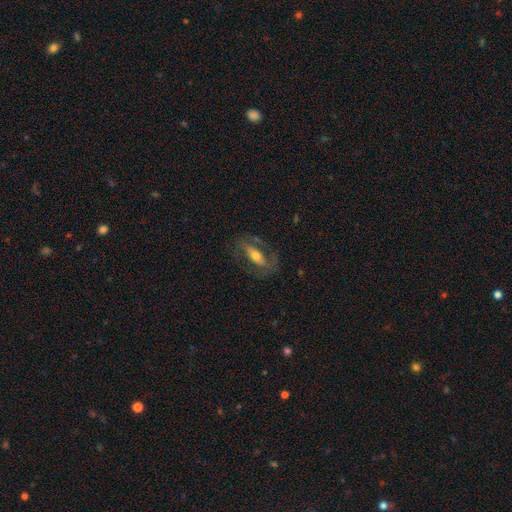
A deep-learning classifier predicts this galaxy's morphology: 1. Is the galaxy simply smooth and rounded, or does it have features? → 55% featured or disk, 38% smooth, 7% star or artifact.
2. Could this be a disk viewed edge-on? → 79% no, 21% yes.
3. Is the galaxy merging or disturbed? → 68% none, 16% minor disturbance, 14% major disturbance, 2% merger.